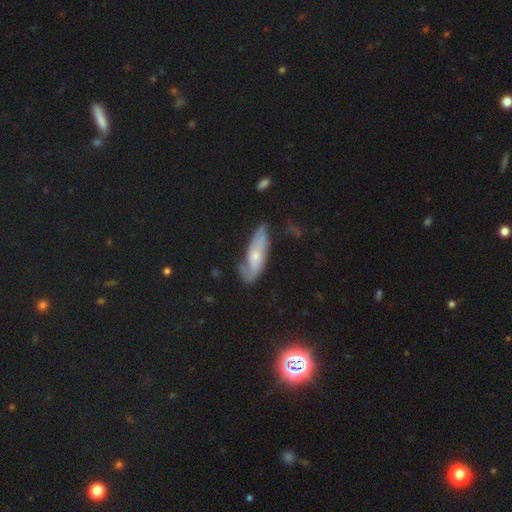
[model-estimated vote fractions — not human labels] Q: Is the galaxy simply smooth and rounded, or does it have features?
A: featured or disk — 56%.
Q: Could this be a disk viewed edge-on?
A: no — 81%.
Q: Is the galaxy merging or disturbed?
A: none — 52%.